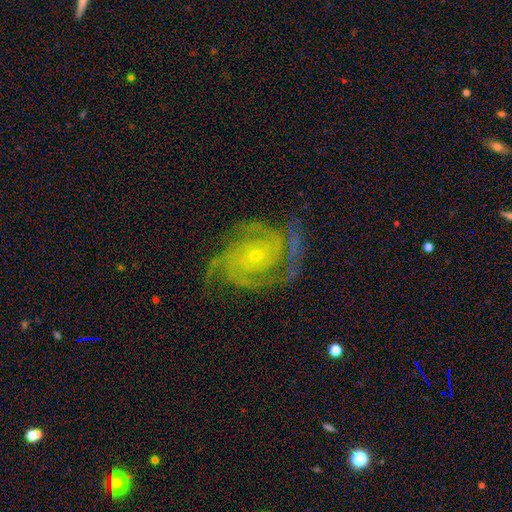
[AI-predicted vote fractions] The model was most divided on "spiral arm count": 3: 35%, 2: 23%, 4: 14%, can't tell: 14%, more than 4: 7%, 1: 7%. More confident: spiral arms — yes (98%); edge-on disk — no (98%); smooth or featured — featured or disk (87%); bulge size — small (80%); bar — no (74%); merging — none (74%); spiral winding — tight (58%).